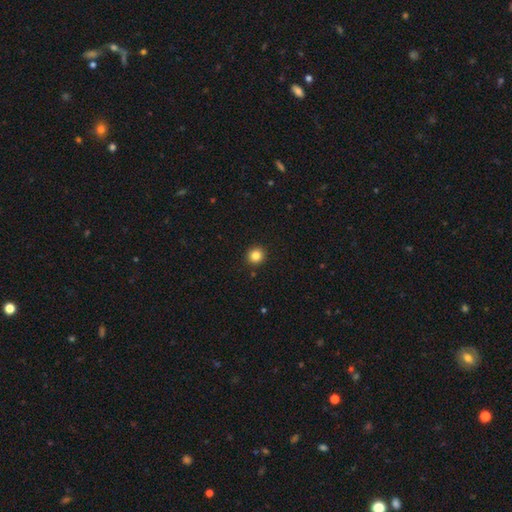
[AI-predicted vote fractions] Smooth or featured?
  - smooth: 84% *
  - star or artifact: 11%
  - featured or disk: 5%
How rounded?
  - round: 91% *
  - in between: 8%
  - cigar-shaped: 1%
Merging?
  - none: 93% *
  - minor disturbance: 5%
  - major disturbance: 2%
  - merger: 1%